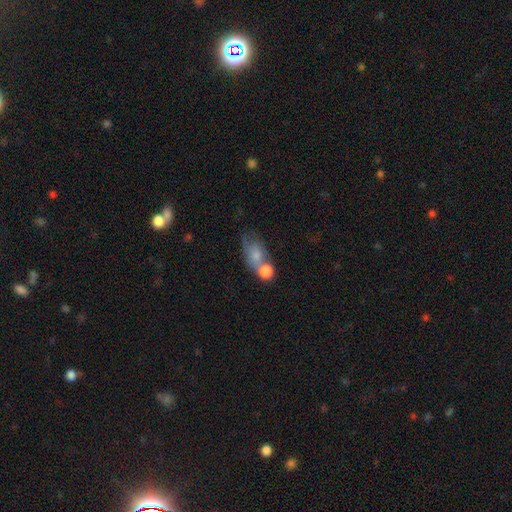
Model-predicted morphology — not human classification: Smooth or featured? Predicted: smooth (p=0.72). How rounded? Predicted: in between (p=0.69). Merging? Predicted: merger (p=0.57).